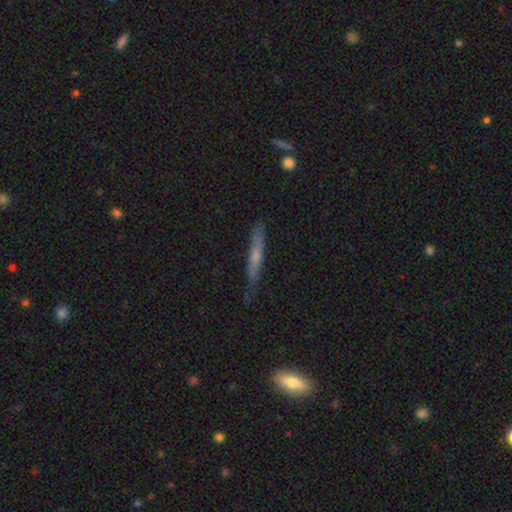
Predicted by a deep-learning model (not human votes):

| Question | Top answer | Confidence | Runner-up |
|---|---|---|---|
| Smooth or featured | featured or disk | 47% | smooth (46%) |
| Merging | none | 77% | minor disturbance (18%) |